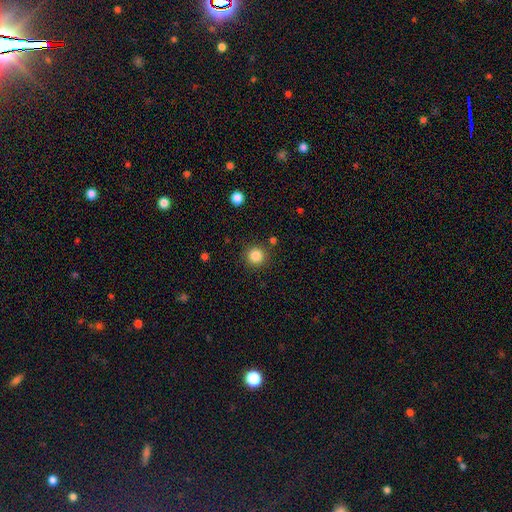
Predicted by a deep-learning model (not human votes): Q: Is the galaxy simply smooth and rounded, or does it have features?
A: smooth — 85%.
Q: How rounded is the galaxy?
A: round — 94%.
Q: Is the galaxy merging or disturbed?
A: none — 88%.